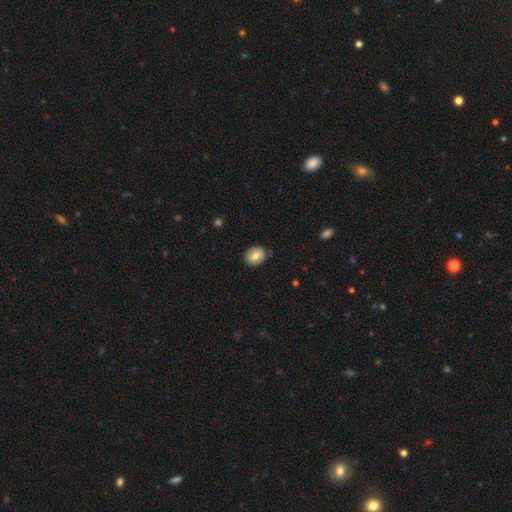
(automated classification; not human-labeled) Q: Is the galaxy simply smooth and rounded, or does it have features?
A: smooth — 70%.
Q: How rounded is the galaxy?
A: in between — 52%.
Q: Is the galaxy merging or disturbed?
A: none — 79%.